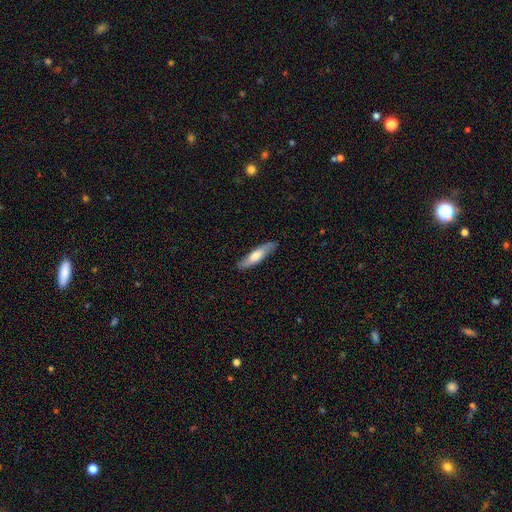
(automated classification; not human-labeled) Overall: smooth (58%; featured or disk 36%). How rounded: cigar-shaped (78%). Merging: none (86%).